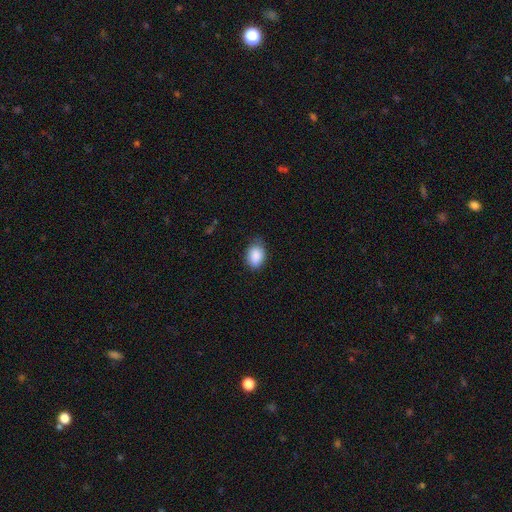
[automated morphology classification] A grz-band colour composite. It shows a smooth galaxy with no disk features (88%) that is in between round and cigar-shaped (76%). Merging: none (70%).